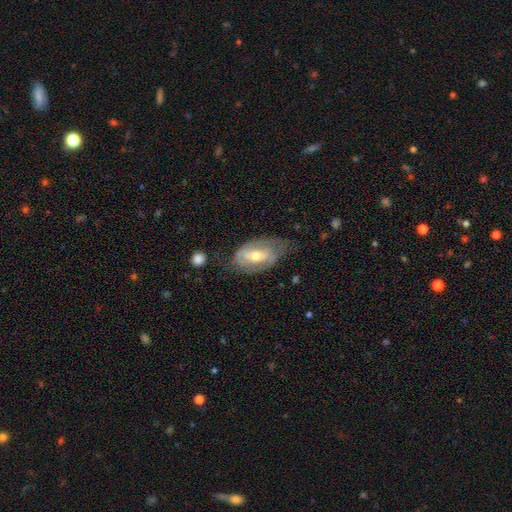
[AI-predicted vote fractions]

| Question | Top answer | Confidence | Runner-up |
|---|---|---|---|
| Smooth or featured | featured or disk | 70% | smooth (24%) |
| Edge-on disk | no | 93% | yes (7%) |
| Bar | weak | 42% | no (35%) |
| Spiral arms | yes | 78% | no (22%) |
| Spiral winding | tight | 45% | medium (38%) |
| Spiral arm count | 2 | 60% | can't tell (27%) |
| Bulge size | moderate | 63% | small (31%) |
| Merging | none | 53% | minor disturbance (29%) |